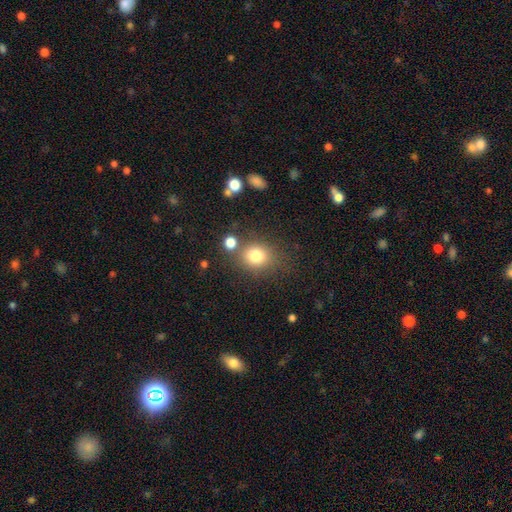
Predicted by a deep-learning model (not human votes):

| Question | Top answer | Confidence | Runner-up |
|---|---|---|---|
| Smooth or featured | smooth | 79% | star or artifact (13%) |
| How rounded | round | 72% | in between (27%) |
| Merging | none | 73% | minor disturbance (12%) |